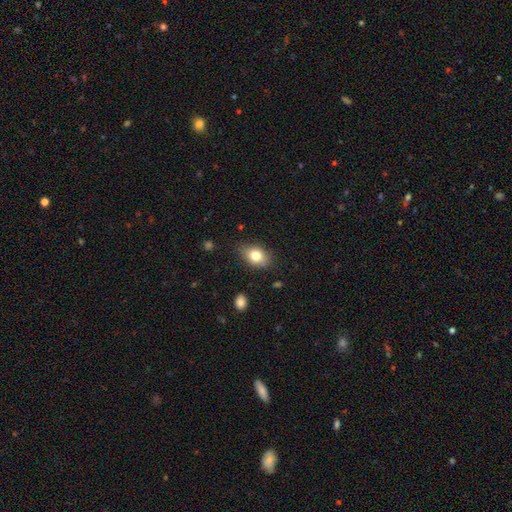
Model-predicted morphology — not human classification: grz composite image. It shows a smooth galaxy with no disk features (79%) that is in between round and cigar-shaped (77%). Merging: none (78%).